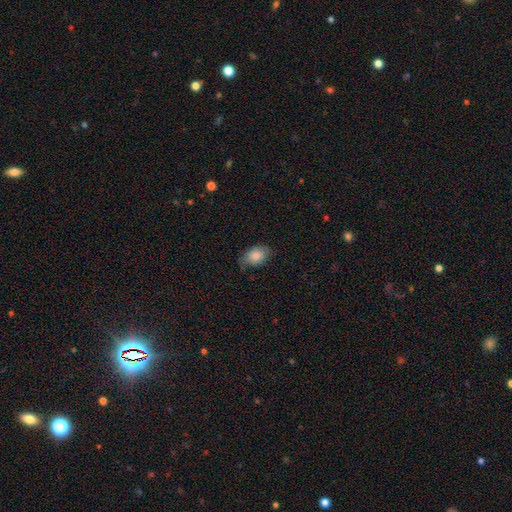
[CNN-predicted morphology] smooth 83%, featured or disk 9%, star or artifact 7%. Down the decision tree: how rounded — in between (82%); merging — none (63%).